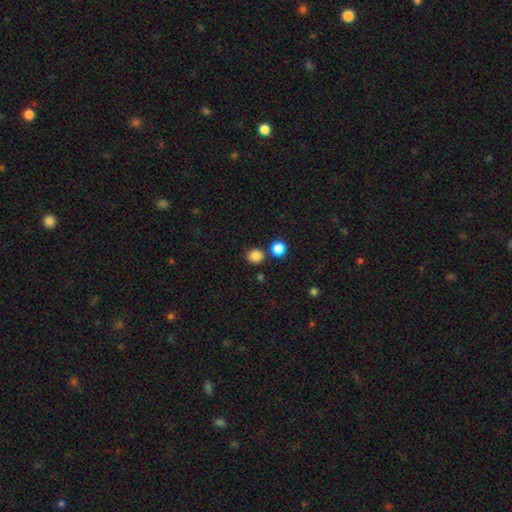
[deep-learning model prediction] Smooth or featured?
  - smooth: 84% *
  - star or artifact: 12%
  - featured or disk: 4%
How rounded?
  - round: 86% *
  - in between: 14%
  - cigar-shaped: 1%
Merging?
  - none: 80% *
  - merger: 9%
  - minor disturbance: 9%
  - major disturbance: 3%